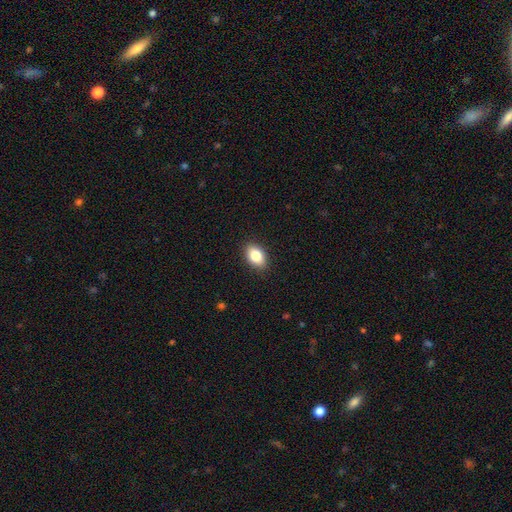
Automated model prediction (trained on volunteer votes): The model was most divided on "how rounded": in between: 86%, round: 12%, cigar-shaped: 2%. More confident: merging — none (89%); smooth or featured — smooth (83%).